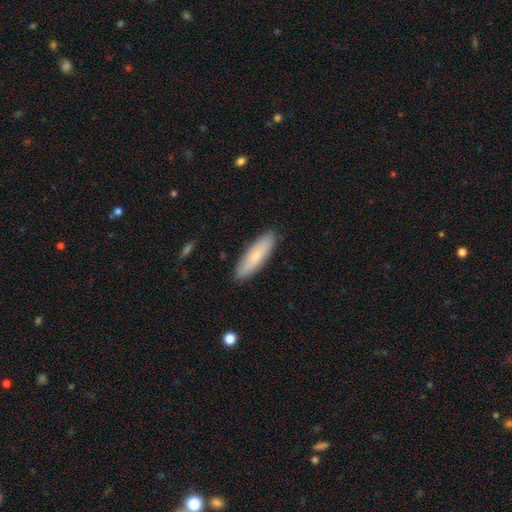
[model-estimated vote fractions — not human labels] This is likely a smooth galaxy (71%). How rounded: possibly cigar-shaped (54%). Merging: clearly none (88%).